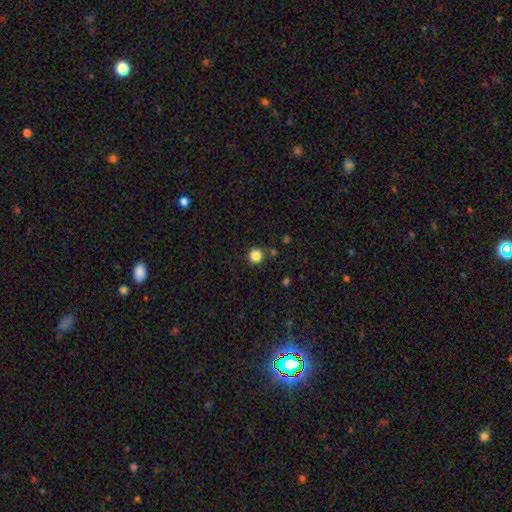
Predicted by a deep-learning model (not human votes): Morphology: type=smooth (85%); roundness=round (92%); merging=none (85%).